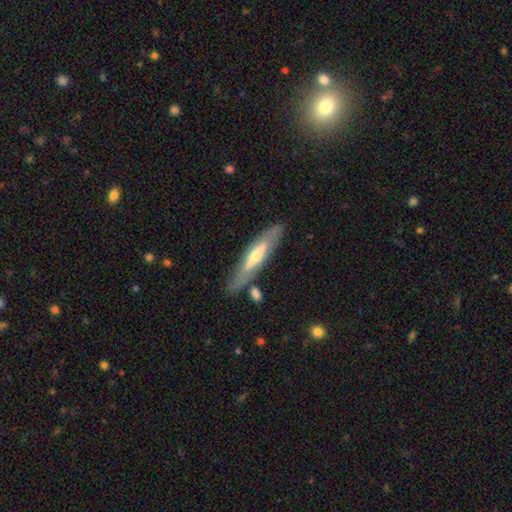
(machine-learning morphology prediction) A featured or disk galaxy (56%) viewed edge-on (75%). Merging: none (77%).